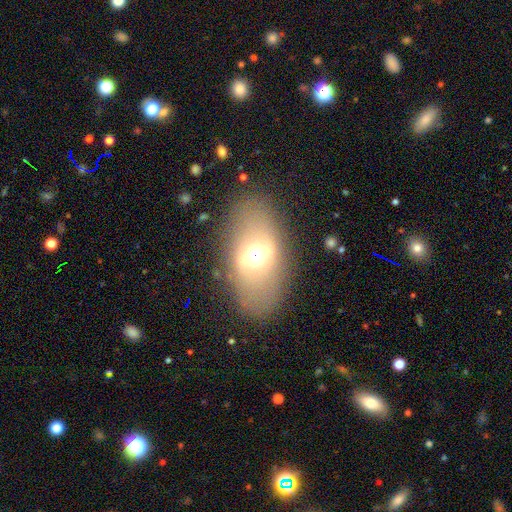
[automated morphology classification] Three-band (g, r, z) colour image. It shows a smooth galaxy with no disk features (51%) that is in between round and cigar-shaped (84%). Merging: none (81%).